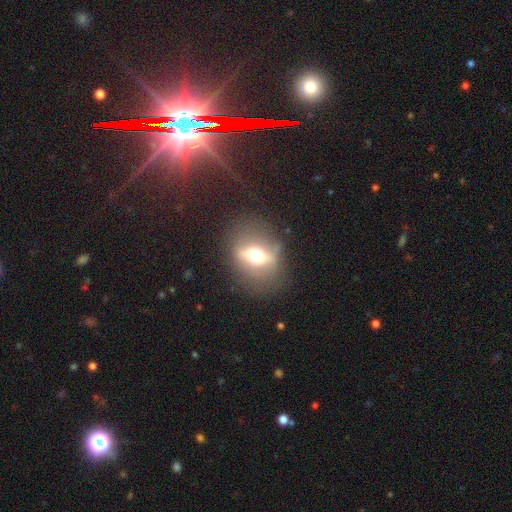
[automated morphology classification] Overall: featured or disk (53%; smooth 37%). Edge-on disk: no (66%; yes 34%). Merging: none (71%).